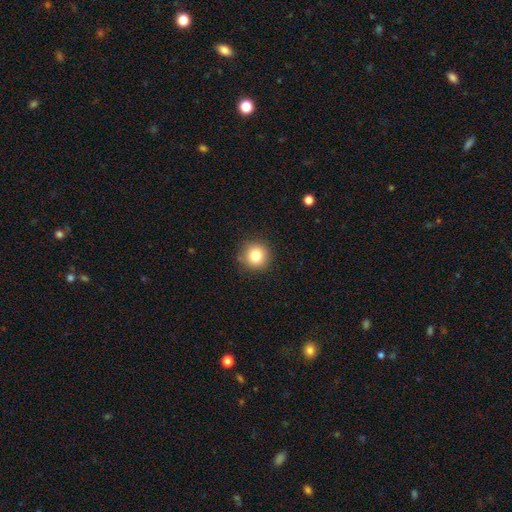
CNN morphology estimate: Smooth or featured? smooth (82%)
How rounded? round (94%)
Merging? none (89%)